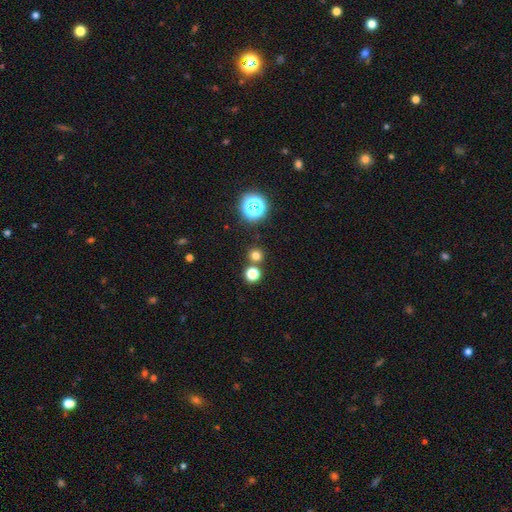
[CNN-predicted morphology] smooth-or-featured: smooth: 70% | star or artifact: 24% | featured or disk: 6%
  how-rounded: round: 92% | in between: 7% | cigar-shaped: 1%
  merging: none: 77% | merger: 15% | minor disturbance: 6% | major disturbance: 3%